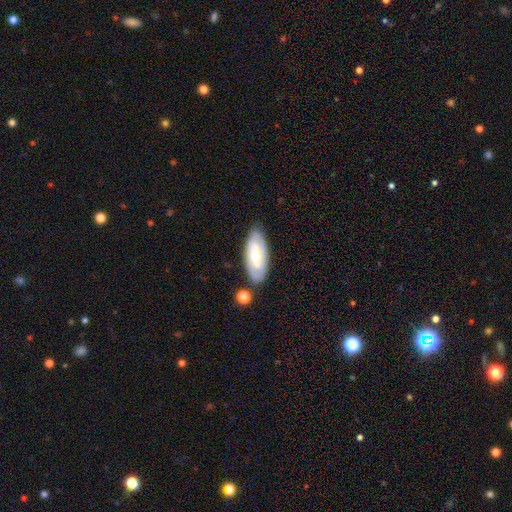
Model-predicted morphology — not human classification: A featured or disk galaxy (58%) with a weak bar (47%), spiral arms (81%) and a moderate central bulge (57%). Merging: none (81%).